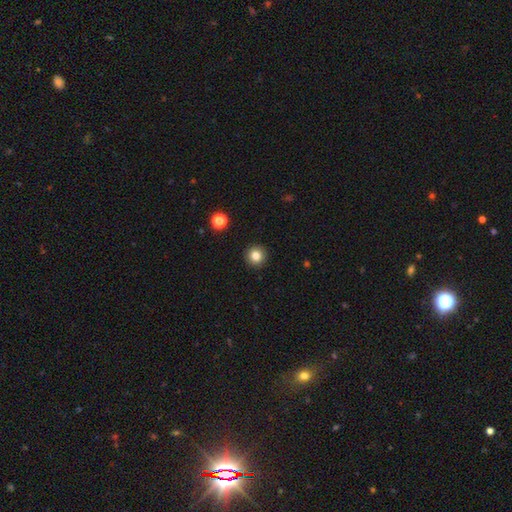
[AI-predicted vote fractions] This is clearly a smooth galaxy (82%). How rounded: clearly round (95%). Merging: clearly none (93%).